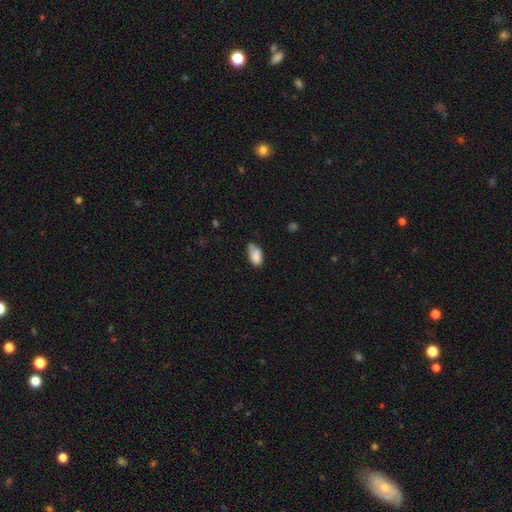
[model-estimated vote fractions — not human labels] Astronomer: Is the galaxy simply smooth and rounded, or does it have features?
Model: smooth — 80%.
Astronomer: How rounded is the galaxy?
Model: in between — 91%.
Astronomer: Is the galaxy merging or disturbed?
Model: none — 41% (runner-up: minor disturbance, 40%).